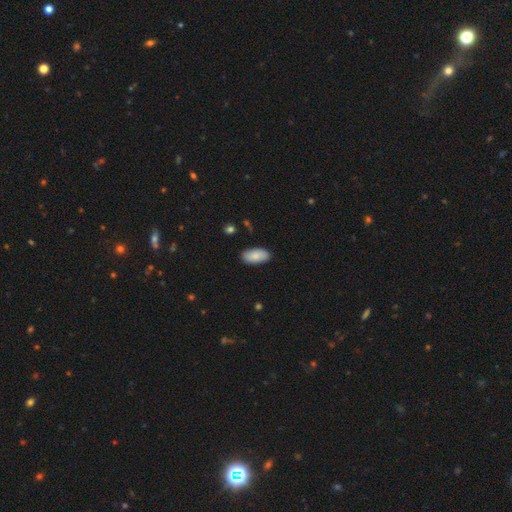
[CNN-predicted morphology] This appears to be a smooth galaxy with no disk features (86%) that is in between round and cigar-shaped (94%). Merging: none (87%).